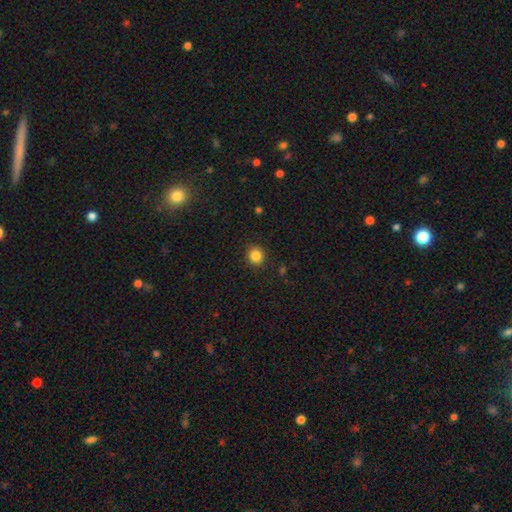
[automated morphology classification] Overall: smooth (84%). How rounded: round (86%). Merging: none (91%).